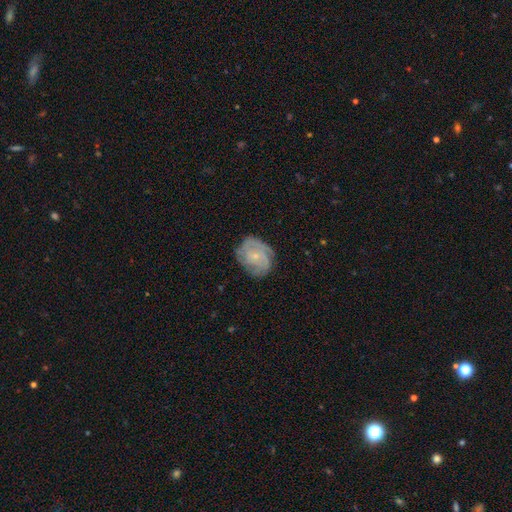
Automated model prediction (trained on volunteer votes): Morphology: type=featured or disk (71%); edge-on=no (98%); bar=no (77%); spiral arms=yes (89%); winding=tight (56%); arm count=can't tell (33%); bulge=small (75%); merging=none (72%).